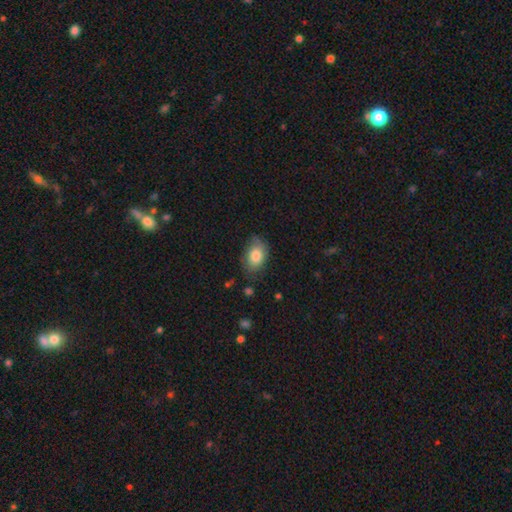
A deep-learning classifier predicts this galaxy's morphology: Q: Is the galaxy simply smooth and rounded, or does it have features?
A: smooth — 78%.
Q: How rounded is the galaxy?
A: in between — 86%.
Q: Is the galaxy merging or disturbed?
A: none — 66%.